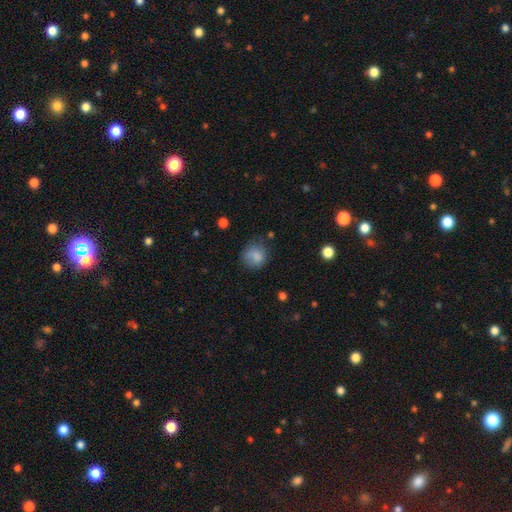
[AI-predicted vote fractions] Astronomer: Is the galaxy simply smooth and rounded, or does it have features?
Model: smooth — 81%.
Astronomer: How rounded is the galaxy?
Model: round — 80%.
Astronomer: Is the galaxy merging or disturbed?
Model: none — 64%.